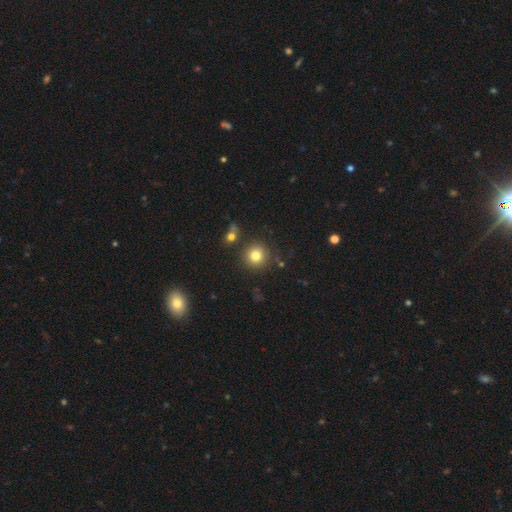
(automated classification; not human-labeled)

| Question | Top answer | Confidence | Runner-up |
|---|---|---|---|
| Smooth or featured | smooth | 80% | star or artifact (12%) |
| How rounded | round | 92% | in between (7%) |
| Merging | none | 83% | minor disturbance (9%) |